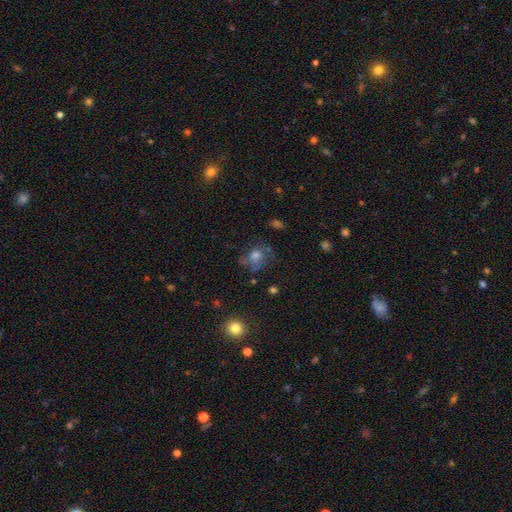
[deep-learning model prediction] smooth-or-featured: smooth: 55% | featured or disk: 25% | star or artifact: 20%
  how-rounded: round: 68% | in between: 30% | cigar-shaped: 1%
  merging: none: 55% | minor disturbance: 21% | major disturbance: 18% | merger: 6%